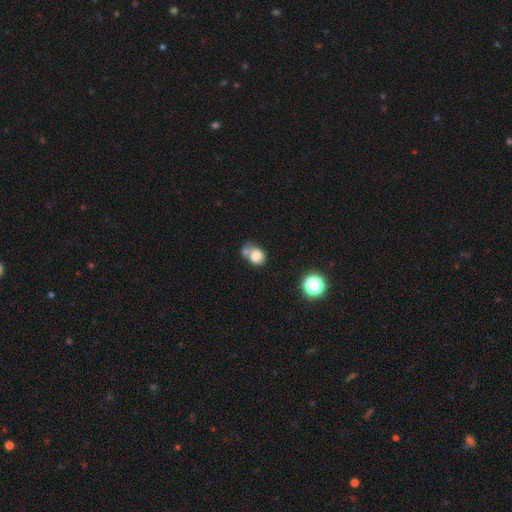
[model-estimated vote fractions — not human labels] Morphology: type=smooth (77%); roundness=round (54%); merging=merger (44%).